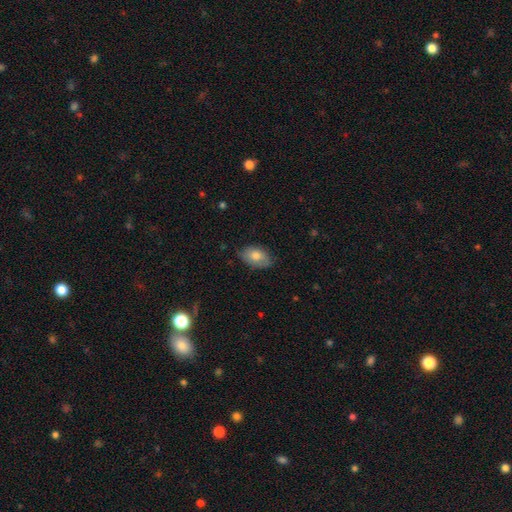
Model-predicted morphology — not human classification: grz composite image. It shows a smooth galaxy with no disk features (77%) that is in between round and cigar-shaped (91%). Merging: none (73%).